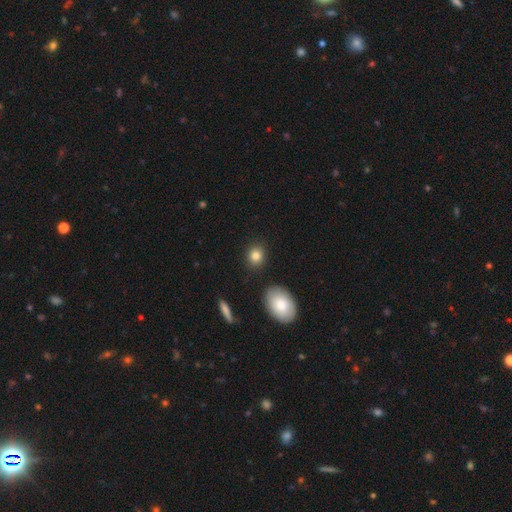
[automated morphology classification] smooth_or_featured: smooth (p=0.84) [alt: star or artifact p=0.09]
how_rounded: round (p=0.62) [alt: in between p=0.36]
merging: none (p=0.86) [alt: minor disturbance p=0.08]